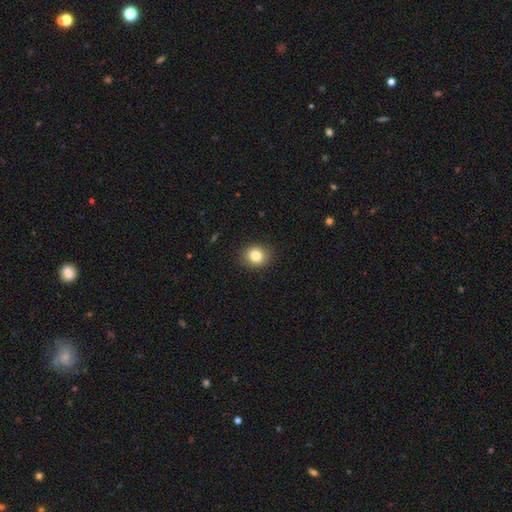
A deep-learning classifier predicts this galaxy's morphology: The model was most divided on "how rounded": round: 73%, in between: 26%, cigar-shaped: 1%. More confident: merging — none (89%); smooth or featured — smooth (82%).